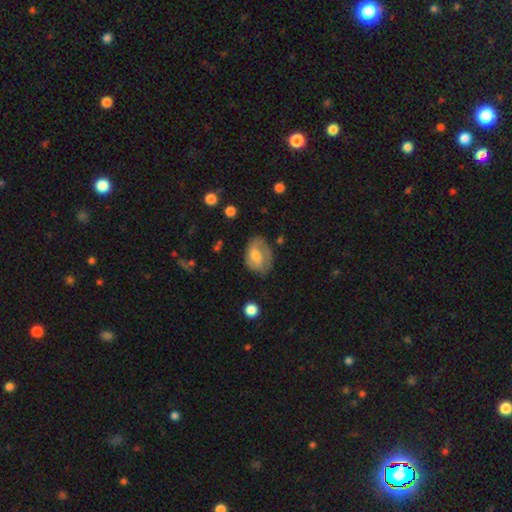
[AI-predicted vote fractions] smooth-or-featured: smooth: 51% | featured or disk: 42% | star or artifact: 7%
  how-rounded: in between: 72% | round: 27% | cigar-shaped: 1%
  merging: none: 53% | minor disturbance: 31% | major disturbance: 14% | merger: 2%